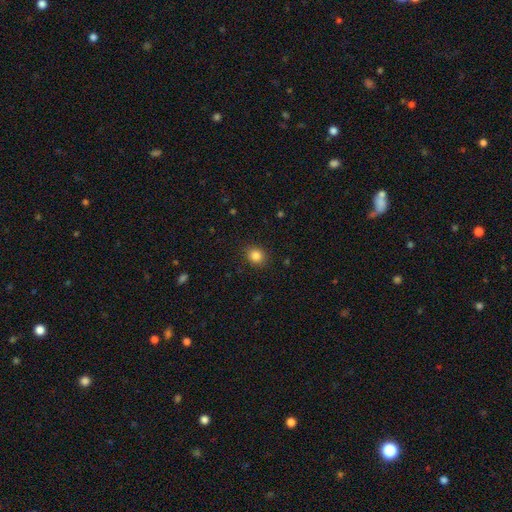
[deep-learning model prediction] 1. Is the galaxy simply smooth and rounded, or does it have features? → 85% smooth, 11% star or artifact, 4% featured or disk.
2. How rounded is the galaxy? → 74% round, 25% in between, 1% cigar-shaped.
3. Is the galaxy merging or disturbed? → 90% none, 7% minor disturbance, 2% major disturbance, 1% merger.